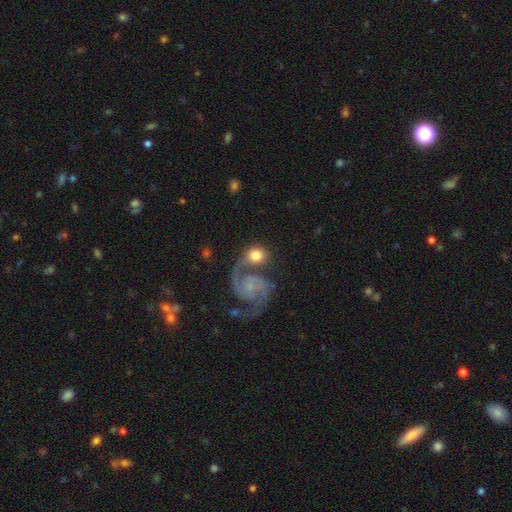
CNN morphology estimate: smooth_or_featured: smooth (p=0.47) [alt: featured or disk p=0.45]
merging: none (p=0.41) [alt: merger p=0.36]